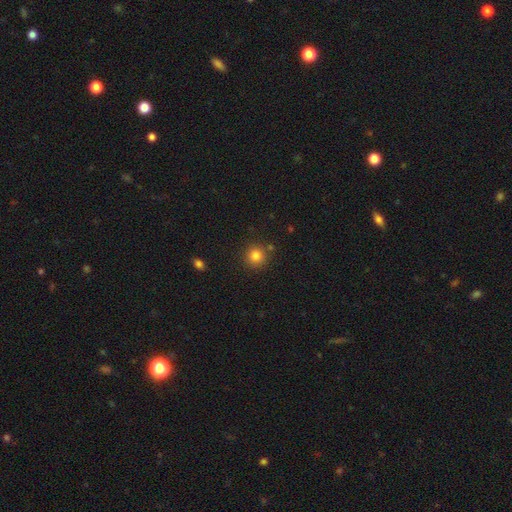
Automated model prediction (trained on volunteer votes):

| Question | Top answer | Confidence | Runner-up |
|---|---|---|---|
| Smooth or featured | smooth | 83% | star or artifact (12%) |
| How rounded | round | 93% | in between (6%) |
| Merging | none | 85% | minor disturbance (8%) |